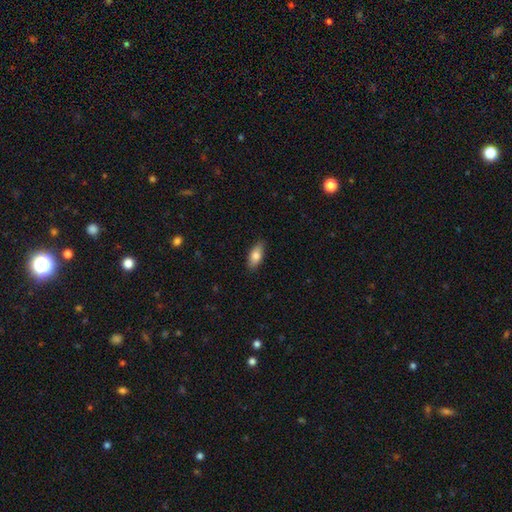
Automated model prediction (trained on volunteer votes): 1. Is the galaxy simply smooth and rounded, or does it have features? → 79% smooth, 14% featured or disk, 6% star or artifact.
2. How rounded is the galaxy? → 85% in between, 13% cigar-shaped, 3% round.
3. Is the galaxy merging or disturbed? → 86% none, 11% minor disturbance, 2% major disturbance, 1% merger.